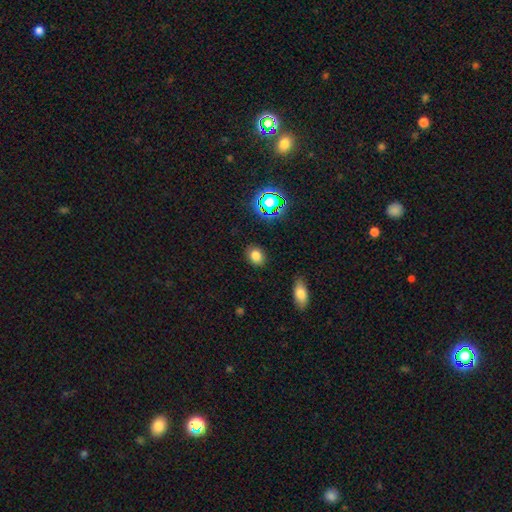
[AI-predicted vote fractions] This is likely a smooth galaxy (78%). How rounded: possibly in between (52%). Merging: clearly none (87%).